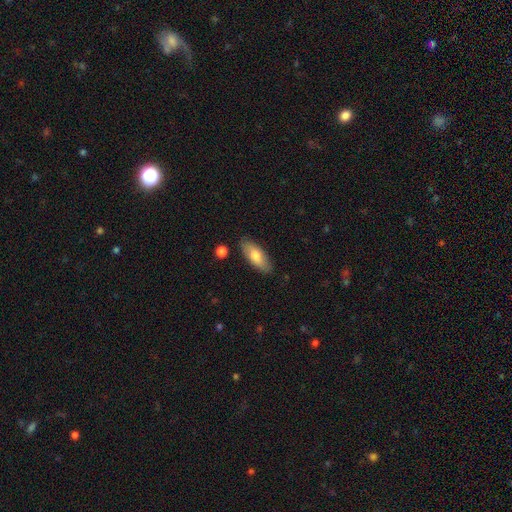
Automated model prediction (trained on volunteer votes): smooth 75%, featured or disk 19%, star or artifact 6%. Down the decision tree: how rounded — in between (78%); merging — none (84%).